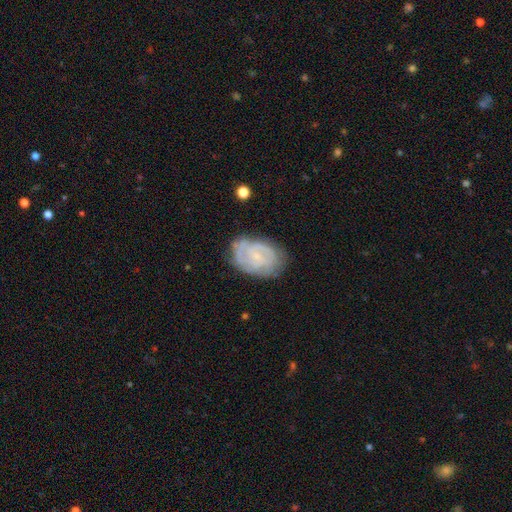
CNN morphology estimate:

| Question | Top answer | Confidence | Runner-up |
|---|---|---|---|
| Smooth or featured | featured or disk | 75% | smooth (18%) |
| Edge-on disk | no | 98% | yes (2%) |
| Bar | no | 58% | weak (36%) |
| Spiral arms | yes | 90% | no (10%) |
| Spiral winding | tight | 63% | medium (30%) |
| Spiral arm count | can't tell | 37% | 2 (30%) |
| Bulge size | small | 70% | none (17%) |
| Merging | none | 71% | minor disturbance (21%) |